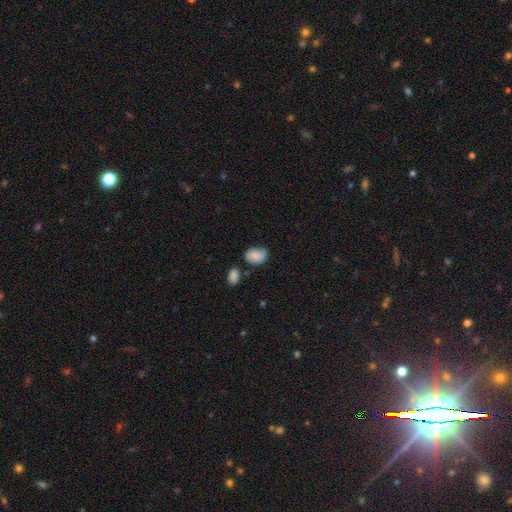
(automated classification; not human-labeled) smooth-or-featured: smooth: 80% | featured or disk: 12% | star or artifact: 8%
  how-rounded: in between: 78% | round: 20% | cigar-shaped: 1%
  merging: none: 54% | minor disturbance: 30% | major disturbance: 8% | merger: 8%